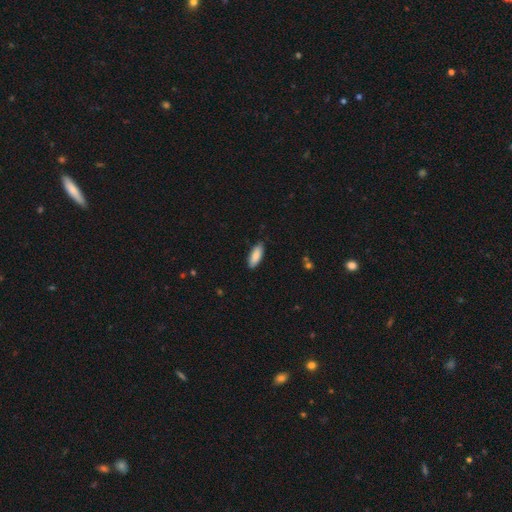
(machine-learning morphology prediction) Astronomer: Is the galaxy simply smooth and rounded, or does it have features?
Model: smooth — 86%.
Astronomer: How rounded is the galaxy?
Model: in between — 72%.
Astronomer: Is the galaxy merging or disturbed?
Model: none — 84%.